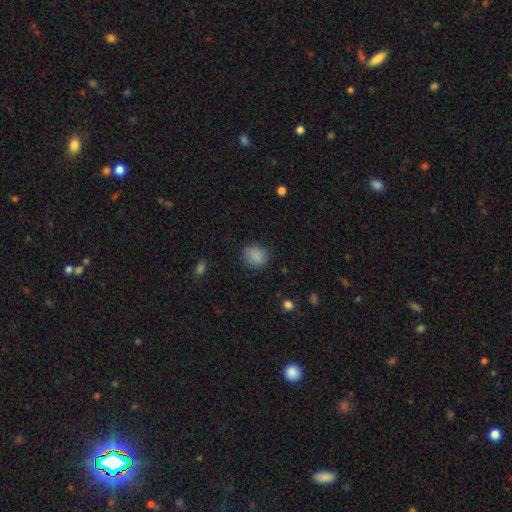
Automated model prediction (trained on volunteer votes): A smooth galaxy with no disk features (86%) that is round (74%). Merging: none (83%).